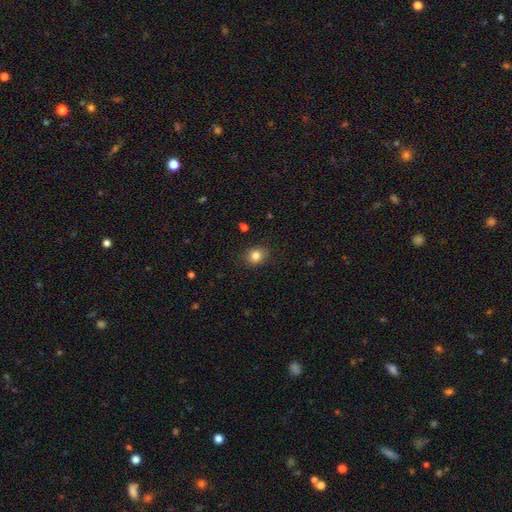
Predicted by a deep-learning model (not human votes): This is clearly a smooth galaxy (83%). How rounded: likely round (61%). Merging: clearly none (87%).